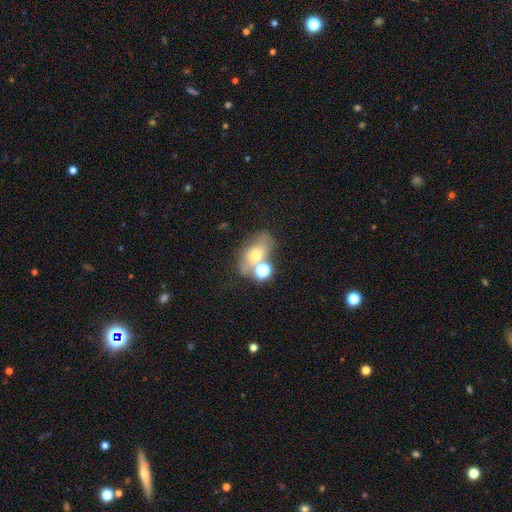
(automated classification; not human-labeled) smooth-or-featured: smooth: 51% | featured or disk: 33% | star or artifact: 16%
  how-rounded: in between: 69% | round: 29% | cigar-shaped: 3%
  merging: none: 43% | merger: 31% | minor disturbance: 16% | major disturbance: 10%